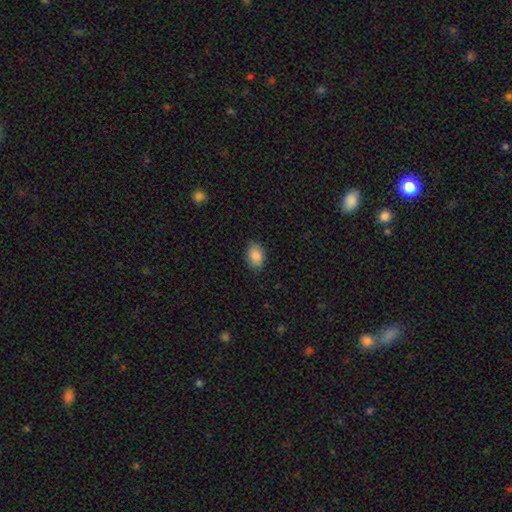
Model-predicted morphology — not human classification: This appears to be a smooth galaxy with no disk features (89%) that is in between round and cigar-shaped (87%). Merging: none (85%).